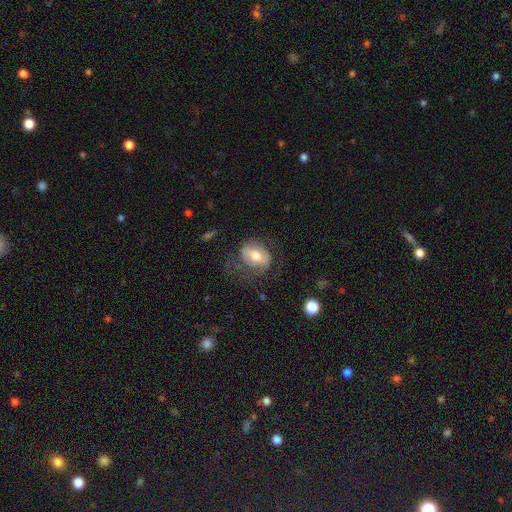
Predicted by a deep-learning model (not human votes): This is possibly a smooth galaxy (46%, tied with featured or disk). Merging: possibly none (52%).